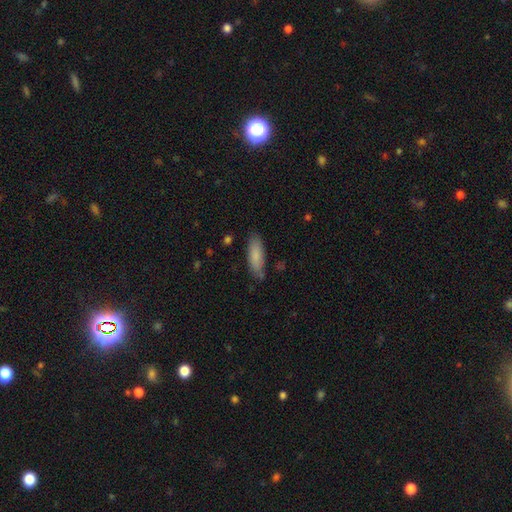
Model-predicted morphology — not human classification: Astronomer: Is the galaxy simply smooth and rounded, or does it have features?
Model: smooth — 84%.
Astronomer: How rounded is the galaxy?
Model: in between — 58% (runner-up: cigar-shaped, 41%).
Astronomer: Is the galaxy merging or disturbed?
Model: none — 79%.